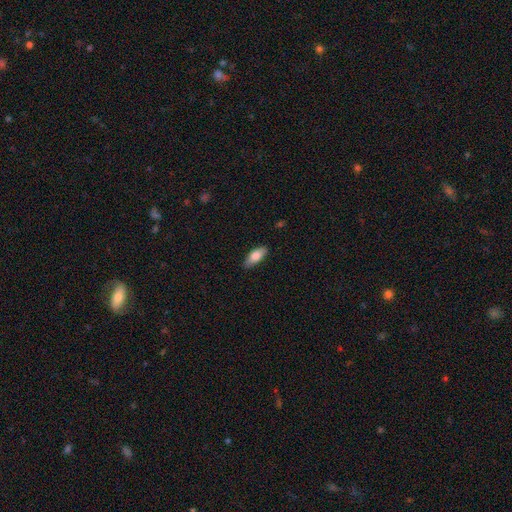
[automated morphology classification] Smooth or featured? Predicted: smooth (p=0.79). How rounded? Predicted: in between (p=0.78). Merging? Predicted: none (p=0.84).